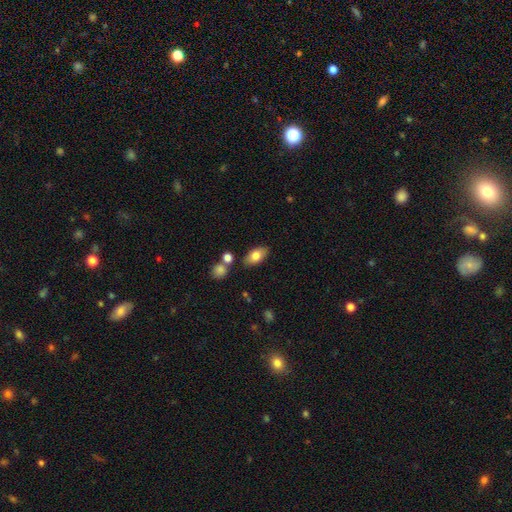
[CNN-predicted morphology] A smooth galaxy with no disk features (78%) that is in between round and cigar-shaped (91%). Merging: none (80%).